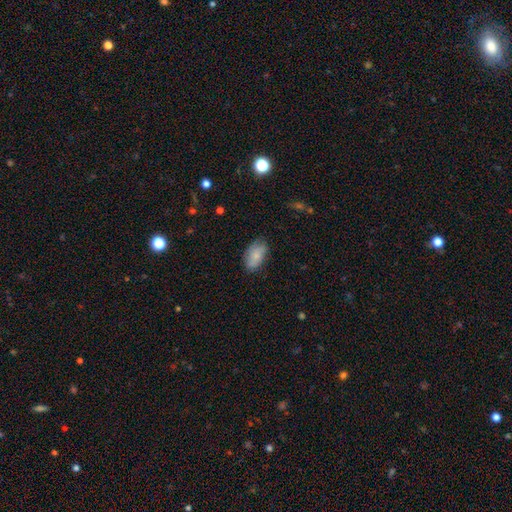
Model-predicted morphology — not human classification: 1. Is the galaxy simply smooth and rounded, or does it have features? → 82% smooth, 12% featured or disk, 6% star or artifact.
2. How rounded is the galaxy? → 93% in between, 4% round, 2% cigar-shaped.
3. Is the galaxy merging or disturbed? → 74% none, 20% minor disturbance, 4% major disturbance, 1% merger.